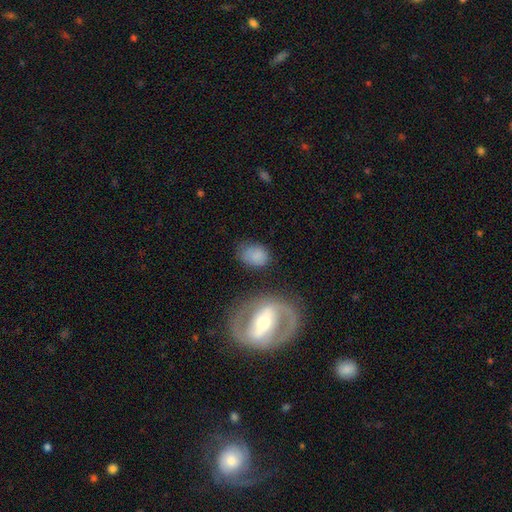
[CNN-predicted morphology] This appears to be a smooth galaxy with no disk features (77%) that is in between round and cigar-shaped (76%). Merging: none (62%).